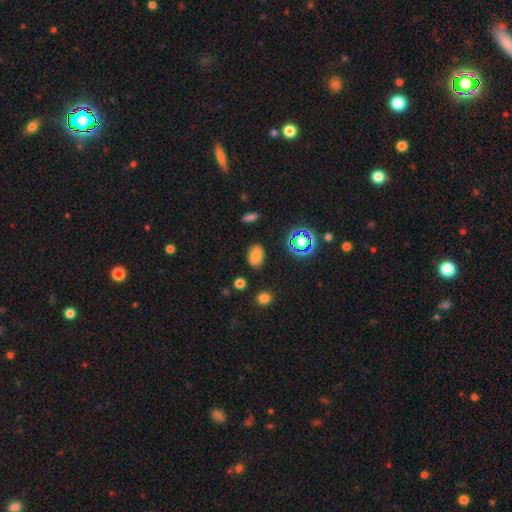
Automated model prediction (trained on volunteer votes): Smooth or featured? smooth (74%)
How rounded? in between (83%)
Merging? none (83%)